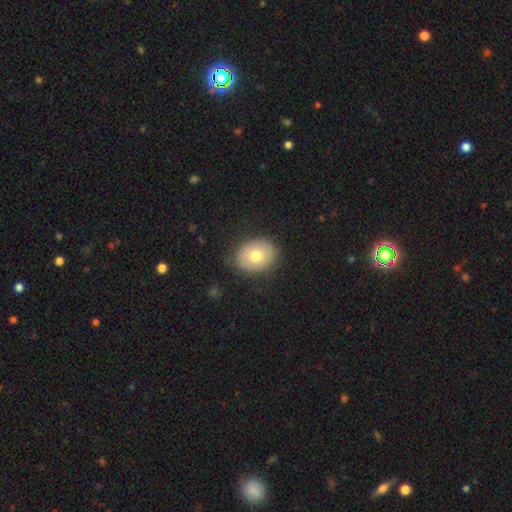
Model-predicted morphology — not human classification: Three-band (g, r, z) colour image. It shows a smooth galaxy with no disk features (72%) that is in between round and cigar-shaped (58%). Merging: none (85%).